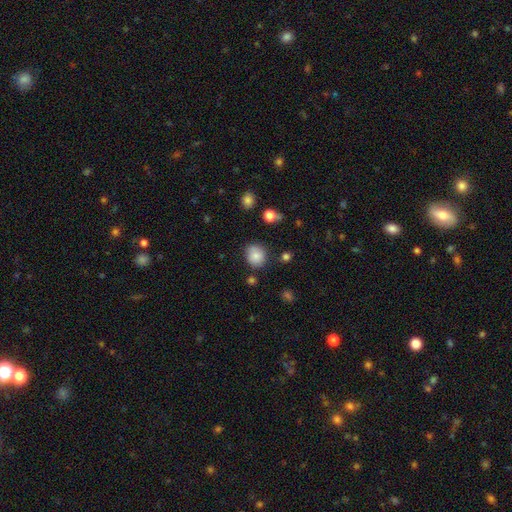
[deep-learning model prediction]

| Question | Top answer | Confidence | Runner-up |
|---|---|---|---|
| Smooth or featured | smooth | 83% | star or artifact (10%) |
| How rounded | round | 77% | in between (22%) |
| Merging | none | 77% | minor disturbance (16%) |